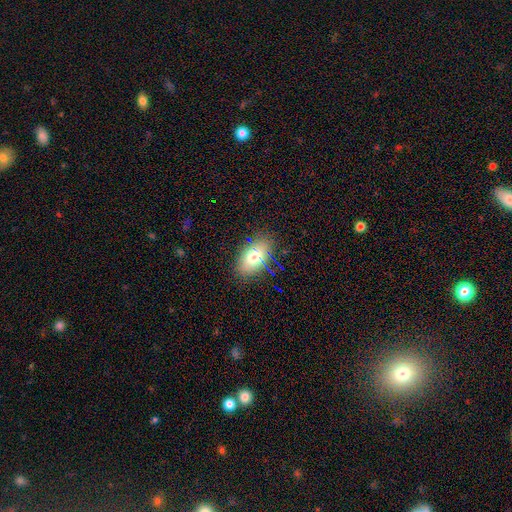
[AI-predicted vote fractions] smooth-or-featured: smooth: 77% | featured or disk: 15% | star or artifact: 9%
  how-rounded: in between: 89% | round: 8% | cigar-shaped: 3%
  merging: none: 85% | minor disturbance: 12% | major disturbance: 2% | merger: 1%